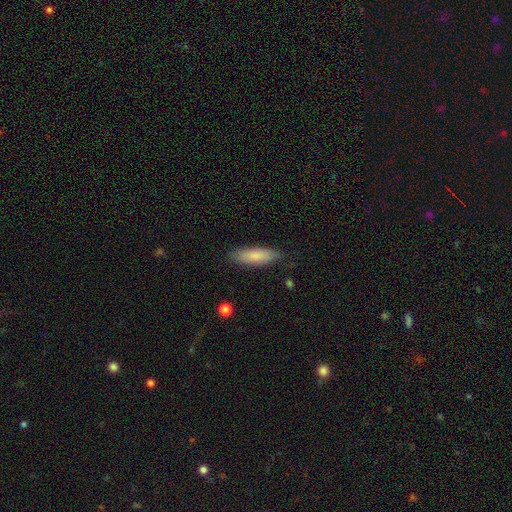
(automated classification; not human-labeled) Morphology: type=smooth (83%); roundness=cigar-shaped (50%); merging=none (82%).